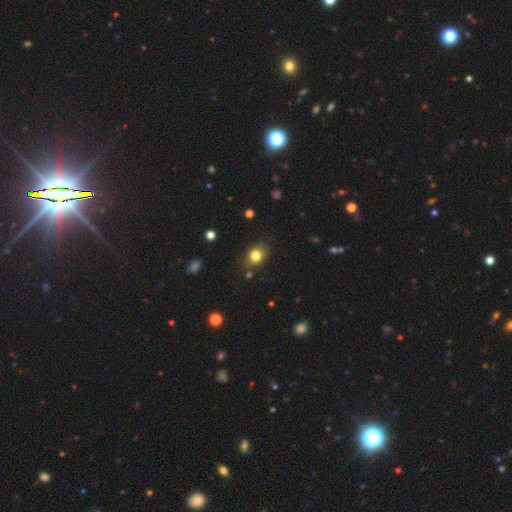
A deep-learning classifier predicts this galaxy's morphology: Q: Smooth or featured?
A: smooth (81%); runner-up: star or artifact (12%)
Q: How rounded?
A: round (56%); runner-up: in between (43%)
Q: Merging?
A: none (79%); runner-up: minor disturbance (15%)